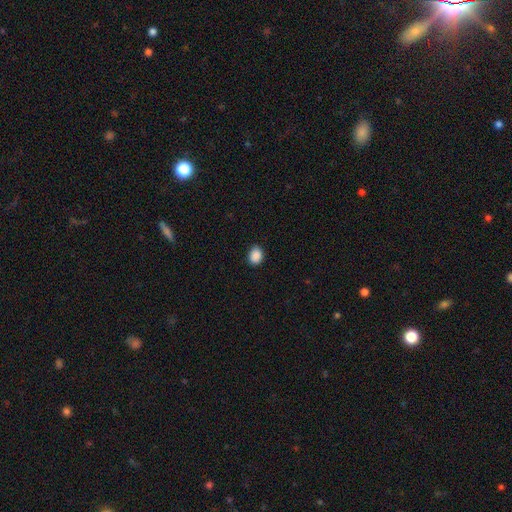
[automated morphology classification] A smooth galaxy with no disk features (90%) that is in between round and cigar-shaped (51%). Merging: none (89%).